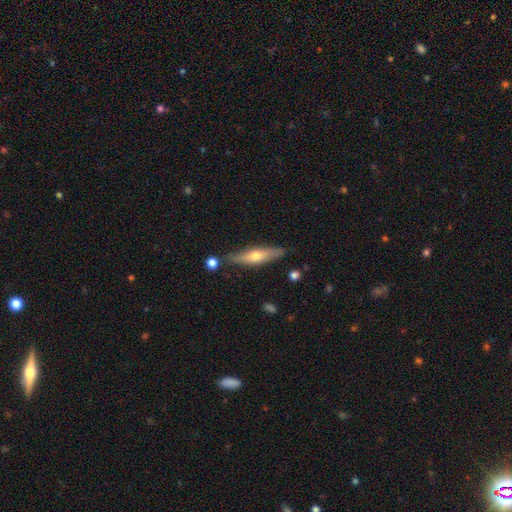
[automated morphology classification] type=featured or disk (49%); merging=none (80%).